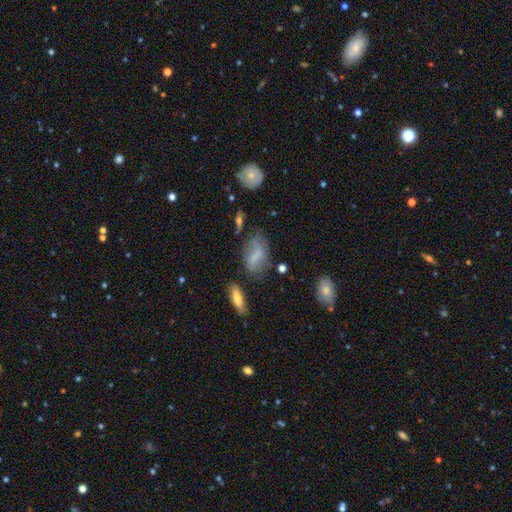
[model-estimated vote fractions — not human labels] smooth 56%, featured or disk 32%, star or artifact 12%. Down the decision tree: how rounded — in between (85%); merging — none (51%).